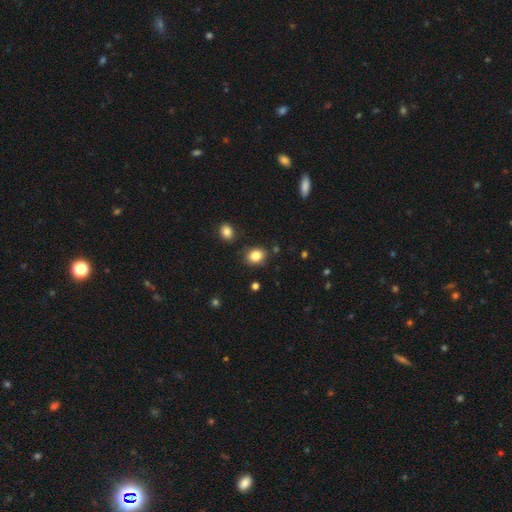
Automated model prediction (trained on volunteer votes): Smooth or featured?
  - smooth: 84% *
  - star or artifact: 10%
  - featured or disk: 6%
How rounded?
  - round: 52% *
  - in between: 47%
  - cigar-shaped: 1%
Merging?
  - none: 84% *
  - minor disturbance: 10%
  - merger: 3%
  - major disturbance: 3%